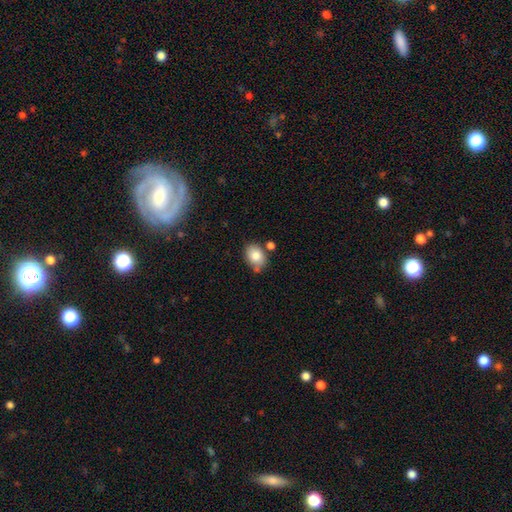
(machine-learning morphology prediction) Overall: smooth (82%). How rounded: in between (71%). Merging: none (70%).